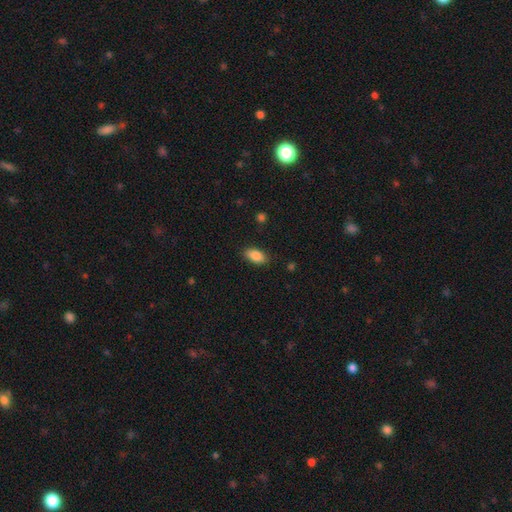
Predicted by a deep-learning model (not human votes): smooth-or-featured: smooth: 87% | star or artifact: 7% | featured or disk: 5%
  how-rounded: in between: 91% | cigar-shaped: 5% | round: 4%
  merging: none: 85% | minor disturbance: 11% | major disturbance: 3% | merger: 1%